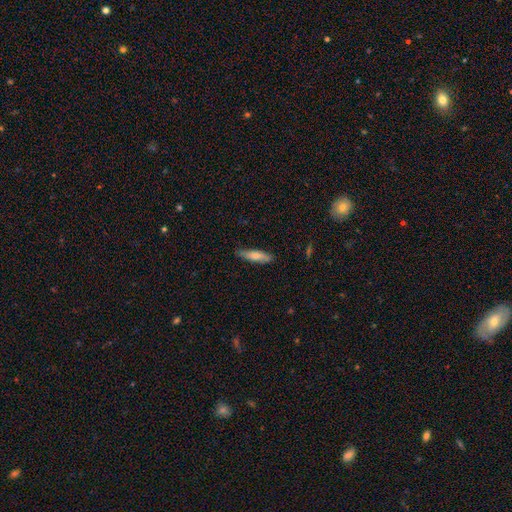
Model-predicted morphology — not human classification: Smooth or featured? Predicted: smooth (p=0.71). How rounded? Predicted: cigar-shaped (p=0.71). Merging? Predicted: none (p=0.82).